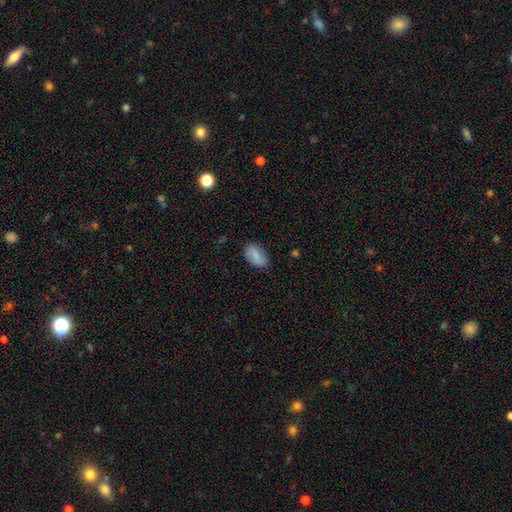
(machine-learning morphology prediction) Smooth or featured?
  - smooth: 74% *
  - featured or disk: 19%
  - star or artifact: 7%
How rounded?
  - in between: 90% *
  - round: 8%
  - cigar-shaped: 2%
Merging?
  - none: 77% *
  - minor disturbance: 18%
  - major disturbance: 4%
  - merger: 1%